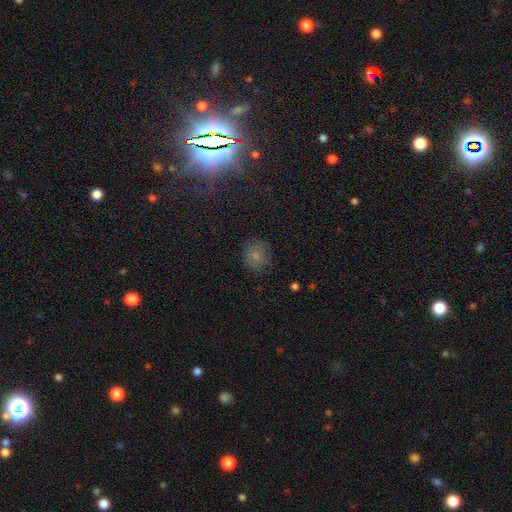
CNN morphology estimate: smooth 77%, star or artifact 14%, featured or disk 8%. Down the decision tree: how rounded — round (83%); merging — none (84%).